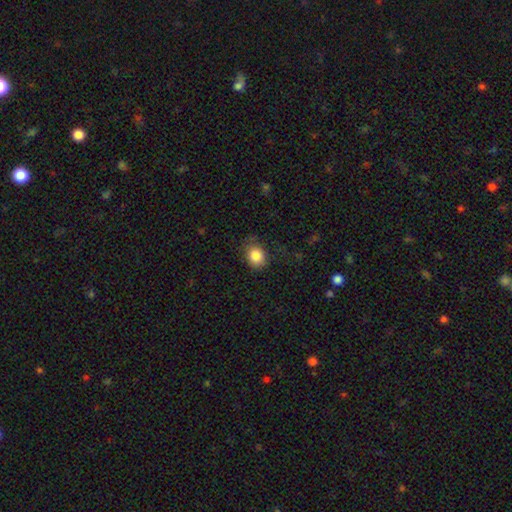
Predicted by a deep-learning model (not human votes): Smooth or featured? Predicted: smooth (p=0.85). How rounded? Predicted: round (p=0.63). Merging? Predicted: none (p=0.74).